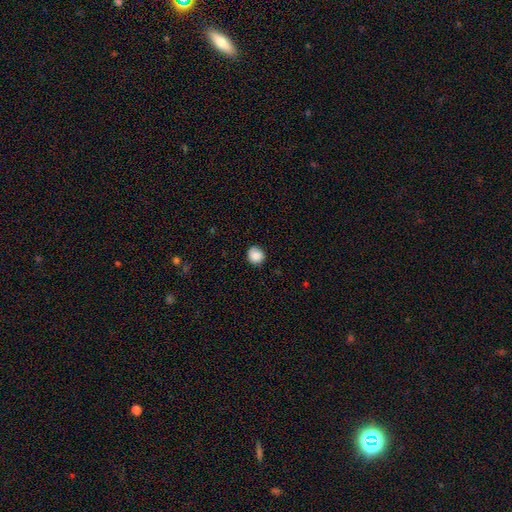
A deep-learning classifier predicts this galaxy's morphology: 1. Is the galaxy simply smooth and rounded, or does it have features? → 86% smooth, 9% star or artifact, 5% featured or disk.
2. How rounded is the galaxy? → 85% round, 14% in between, 1% cigar-shaped.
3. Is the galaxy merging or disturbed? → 76% none, 19% minor disturbance, 4% major disturbance, 1% merger.